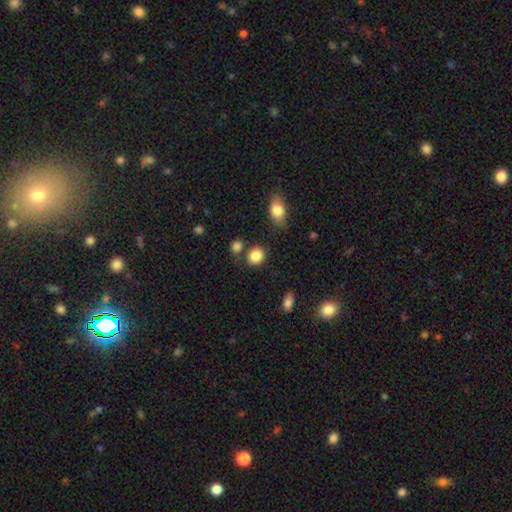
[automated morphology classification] type=smooth (86%); roundness=round (71%); merging=none (77%).